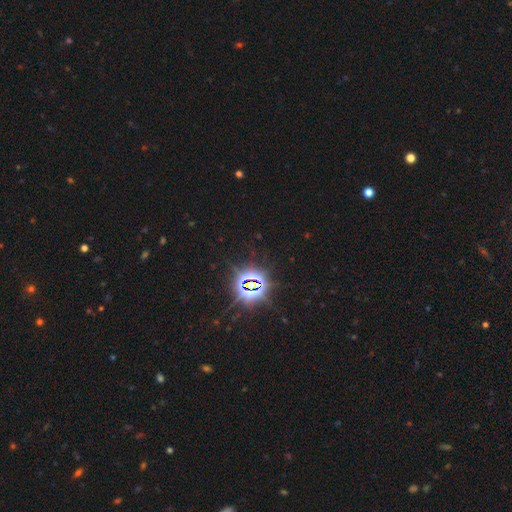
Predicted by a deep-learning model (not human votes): Smooth or featured? Predicted: star or artifact (p=0.84).